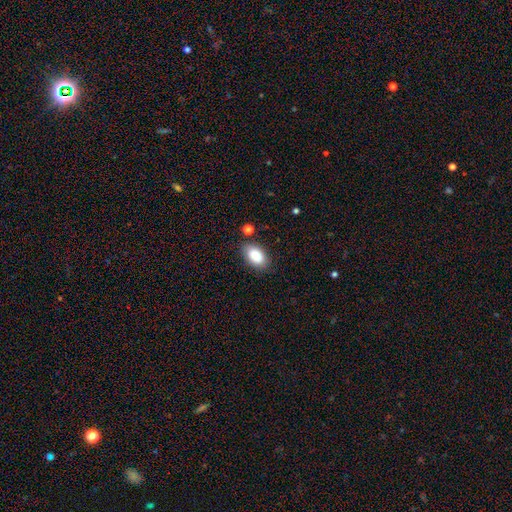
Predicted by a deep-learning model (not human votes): Smooth or featured: smooth — 88% (star or artifact — 7%)
How rounded: in between — 92% (round — 6%)
Merging: none — 81% (minor disturbance — 13%)